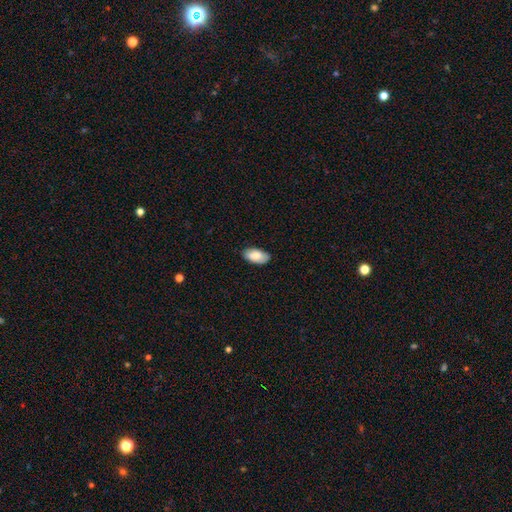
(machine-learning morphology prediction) This appears to be a smooth galaxy with no disk features (82%) that is in between round and cigar-shaped (95%). Merging: none (81%).